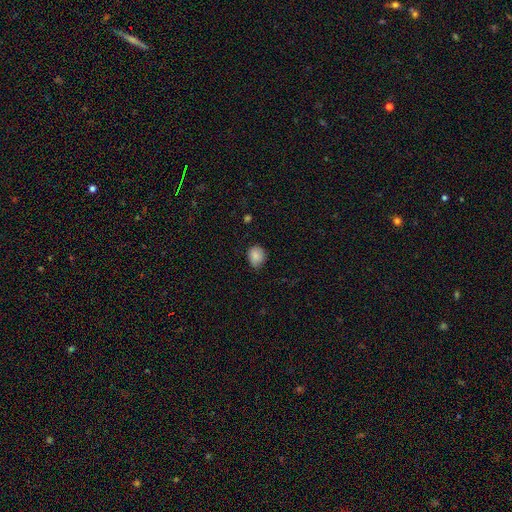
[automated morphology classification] Smooth or featured? Predicted: smooth (p=0.85). How rounded? Predicted: round (p=0.58). Merging? Predicted: none (p=0.70).